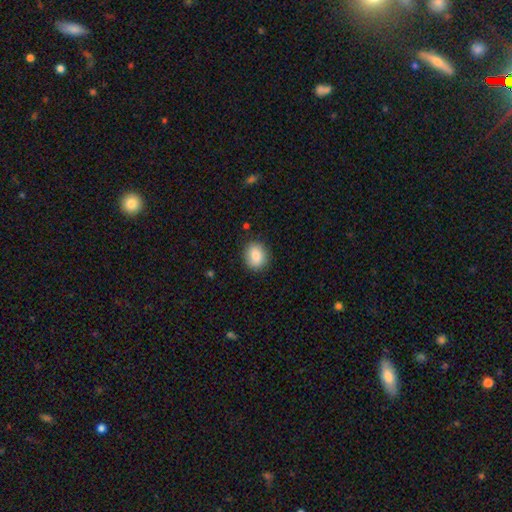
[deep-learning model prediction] This appears to be a smooth galaxy with no disk features (83%) that is round (62%). Merging: none (85%).